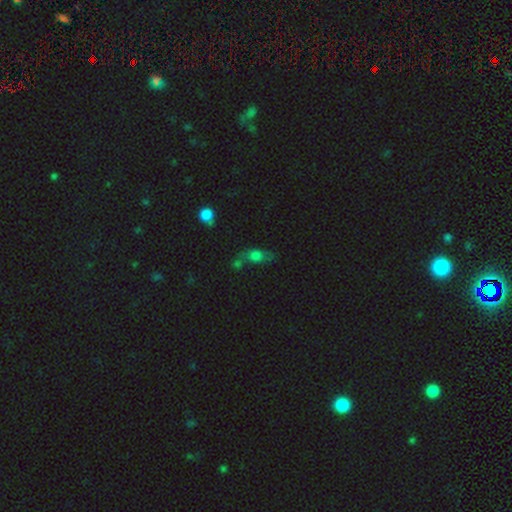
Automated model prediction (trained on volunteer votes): smooth 59%, featured or disk 24%, star or artifact 18%. Down the decision tree: how rounded — in between (61%); merging — none (44%).